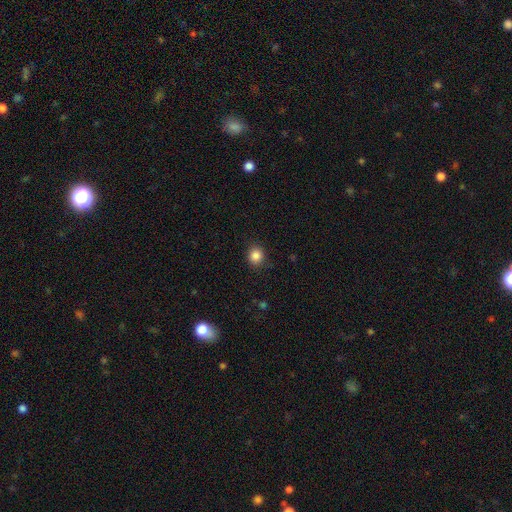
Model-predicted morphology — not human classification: smooth_or_featured: smooth (p=0.85) [alt: star or artifact p=0.11]
how_rounded: round (p=0.84) [alt: in between p=0.16]
merging: none (p=0.88) [alt: minor disturbance p=0.08]